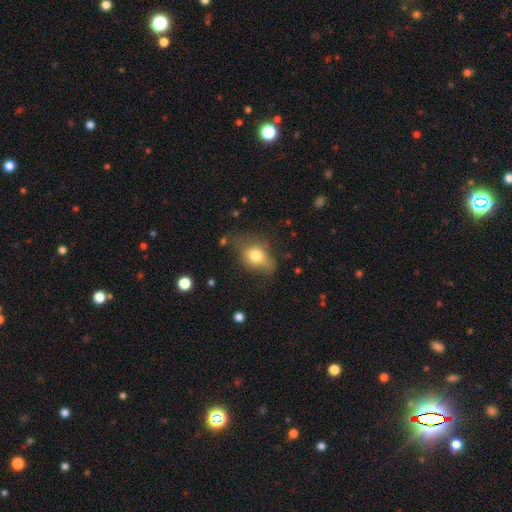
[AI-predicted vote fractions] A smooth galaxy with no disk features (73%) that is in between round and cigar-shaped (72%). Merging: none (50%).